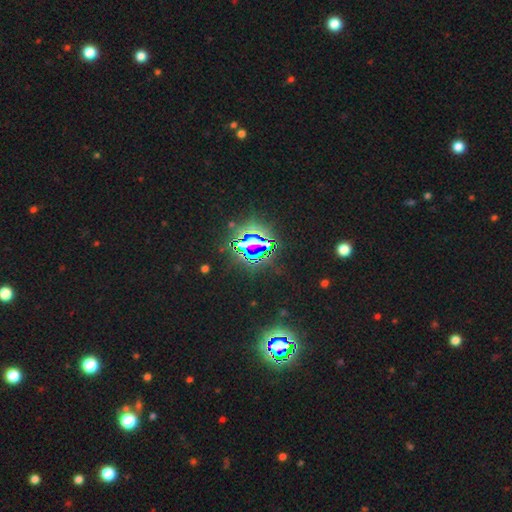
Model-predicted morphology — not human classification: star or artifact 82%, smooth 10%, featured or disk 8%.